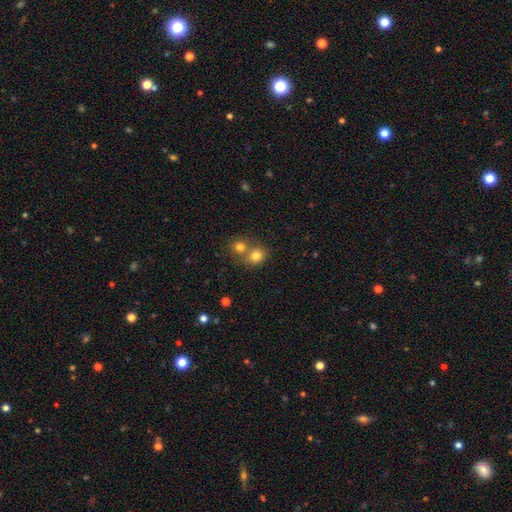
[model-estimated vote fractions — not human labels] Smooth or featured: smooth — 79% (star or artifact — 13%)
How rounded: round — 79% (in between — 20%)
Merging: none — 47% (merger — 44%)